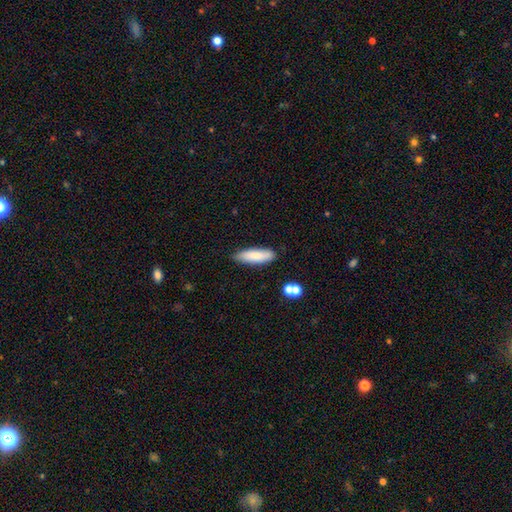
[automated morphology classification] Q: Smooth or featured?
A: smooth (81%); runner-up: featured or disk (13%)
Q: How rounded?
A: cigar-shaped (53%); runner-up: in between (46%)
Q: Merging?
A: none (81%); runner-up: minor disturbance (14%)